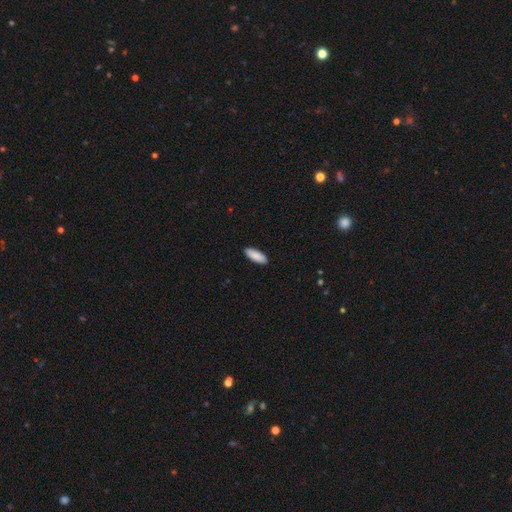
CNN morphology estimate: A smooth galaxy with no disk features (90%) that is in between round and cigar-shaped (68%).

Vote fractions:
- Smooth or featured? smooth: 90% / star or artifact: 5% / featured or disk: 5%
- How rounded? in between: 68% / cigar-shaped: 30% / round: 2%
- Merging? none: 90% / minor disturbance: 7% / major disturbance: 2% / merger: 1%